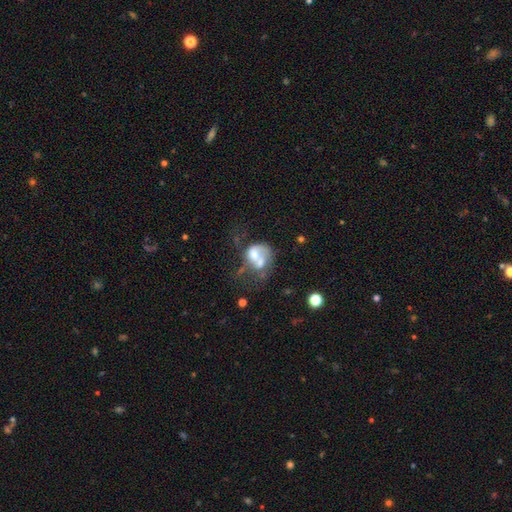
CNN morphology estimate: This appears to be a featured or disk galaxy (46%). Merging: merger (47%).